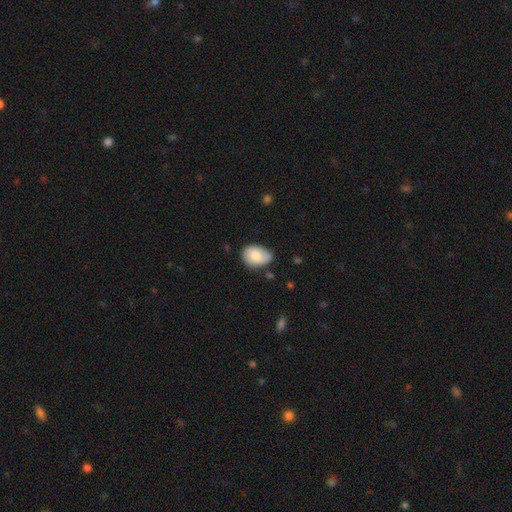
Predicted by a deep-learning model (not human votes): Overall: smooth (74%). How rounded: in between (77%). Merging: none (62%; minor disturbance 30%).